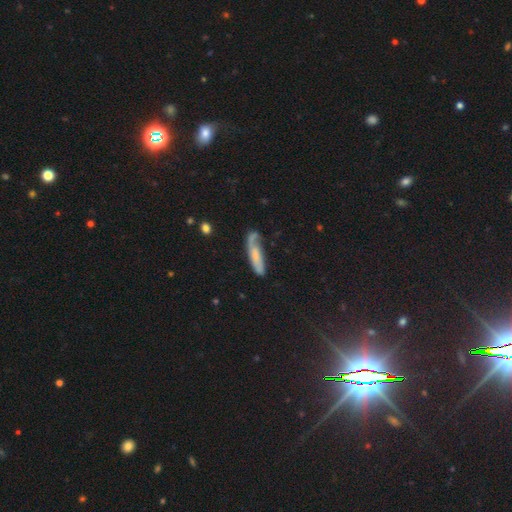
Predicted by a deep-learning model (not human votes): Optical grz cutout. It shows a smooth galaxy with no disk features (49%). Merging: none (50%).